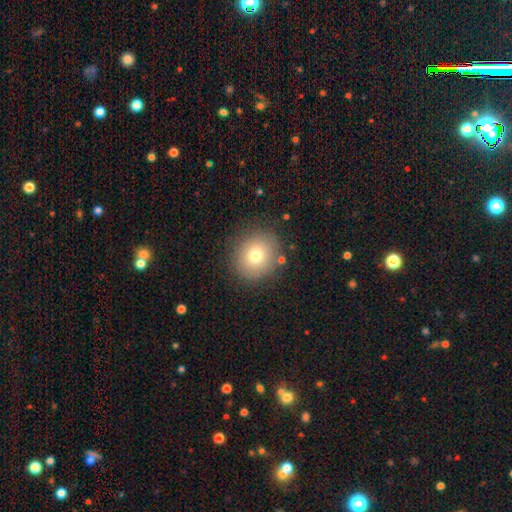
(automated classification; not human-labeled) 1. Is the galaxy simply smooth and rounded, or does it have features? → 74% smooth, 14% featured or disk, 12% star or artifact.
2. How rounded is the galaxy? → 84% round, 15% in between, 1% cigar-shaped.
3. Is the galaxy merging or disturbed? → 84% none, 10% minor disturbance, 4% major disturbance, 2% merger.